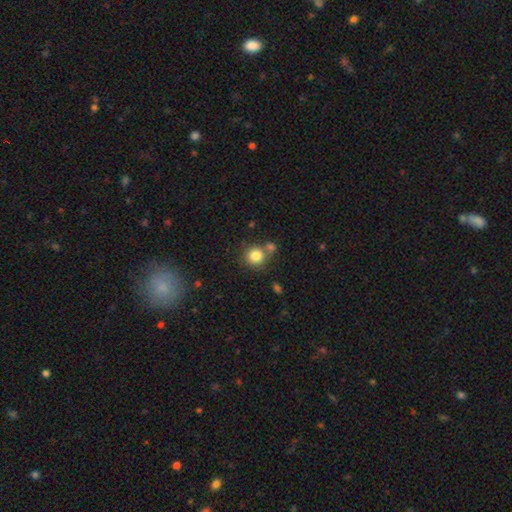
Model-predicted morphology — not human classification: This appears to be a smooth galaxy with no disk features (83%) that is round (89%). Merging: none (64%).